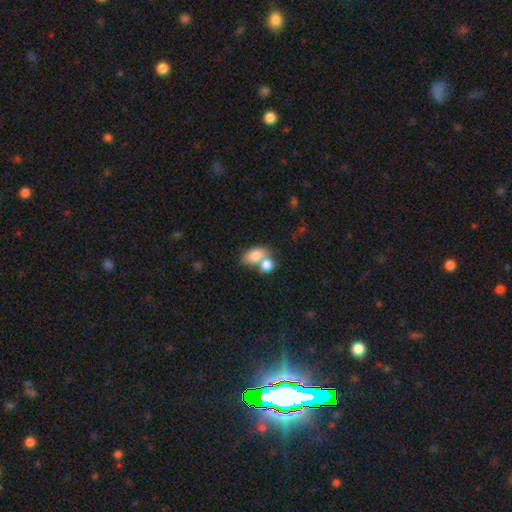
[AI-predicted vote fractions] Smooth or featured?
  - smooth: 80% *
  - featured or disk: 13%
  - star or artifact: 8%
How rounded?
  - in between: 83% *
  - round: 14%
  - cigar-shaped: 3%
Merging?
  - merger: 55% *
  - none: 32%
  - minor disturbance: 9%
  - major disturbance: 4%